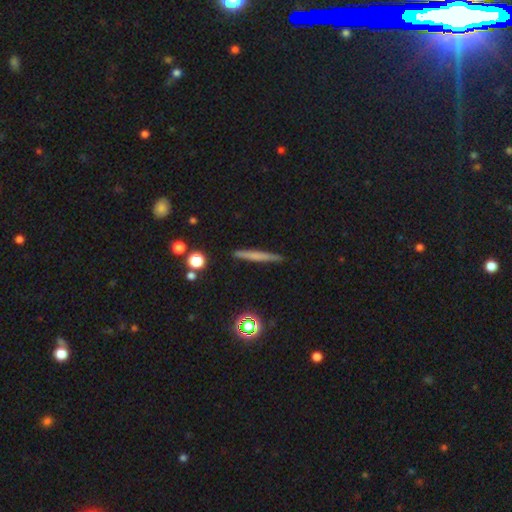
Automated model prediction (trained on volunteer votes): Smooth or featured: smooth — 58% (featured or disk — 33%)
How rounded: cigar-shaped — 94% (in between — 3%)
Merging: none — 89% (minor disturbance — 8%)